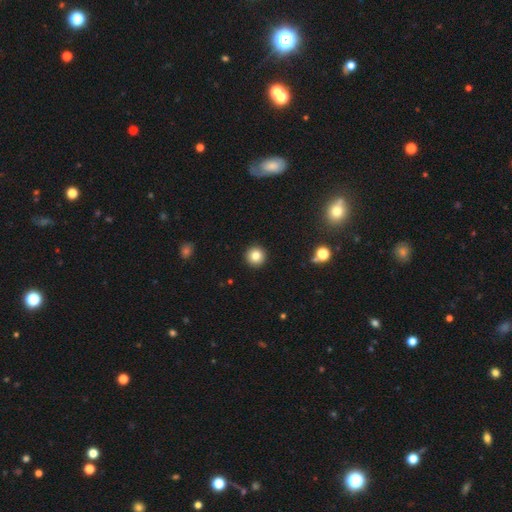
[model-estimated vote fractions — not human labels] smooth 82%, star or artifact 11%, featured or disk 7%. Down the decision tree: how rounded — round (95%); merging — none (93%).